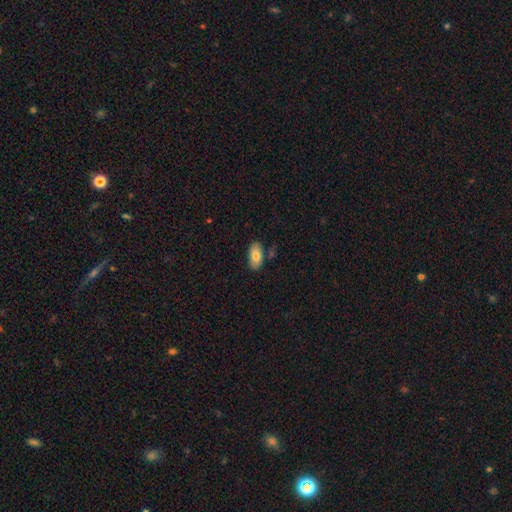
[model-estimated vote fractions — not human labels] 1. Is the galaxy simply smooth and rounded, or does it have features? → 80% smooth, 13% featured or disk, 7% star or artifact.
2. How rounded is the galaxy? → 94% in between, 3% cigar-shaped, 3% round.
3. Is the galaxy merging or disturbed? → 81% none, 12% minor disturbance, 4% merger, 2% major disturbance.